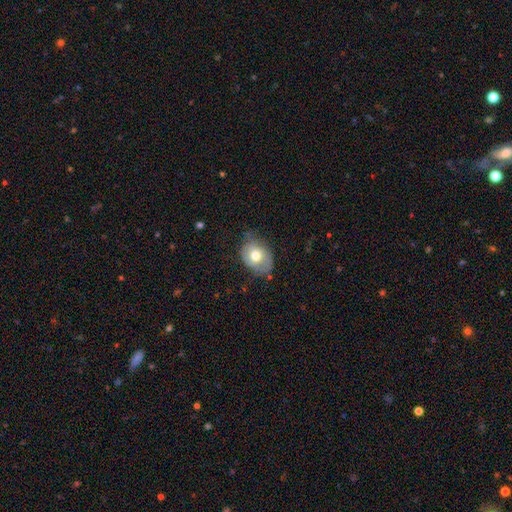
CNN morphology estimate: Smooth or featured? Predicted: smooth (p=0.64). How rounded? Predicted: in between (p=0.66). Merging? Predicted: none (p=0.56).